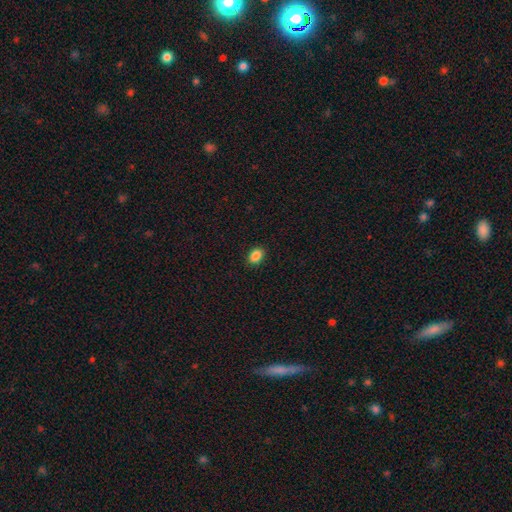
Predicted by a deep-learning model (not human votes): Smooth or featured: smooth — 87% (star or artifact — 9%)
How rounded: in between — 74% (round — 25%)
Merging: none — 90% (minor disturbance — 7%)